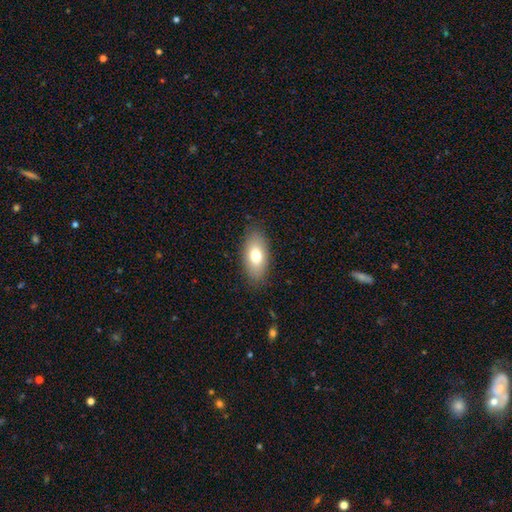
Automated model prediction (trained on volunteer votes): Q: Smooth or featured?
A: smooth (73%); runner-up: featured or disk (19%)
Q: How rounded?
A: in between (88%); runner-up: cigar-shaped (7%)
Q: Merging?
A: none (85%); runner-up: minor disturbance (11%)